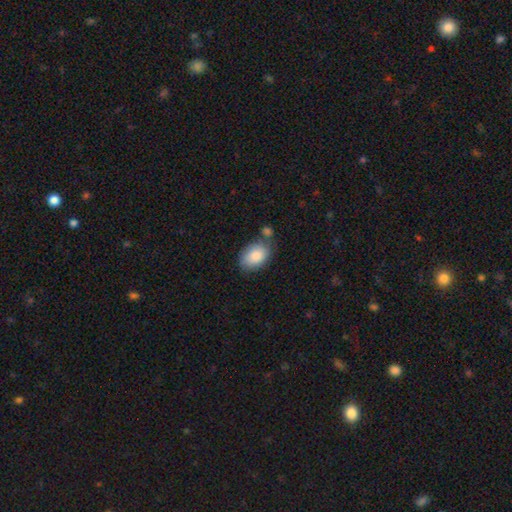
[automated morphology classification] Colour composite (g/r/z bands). It shows a smooth galaxy with no disk features (86%) that is in between round and cigar-shaped (85%). Merging: none (64%).